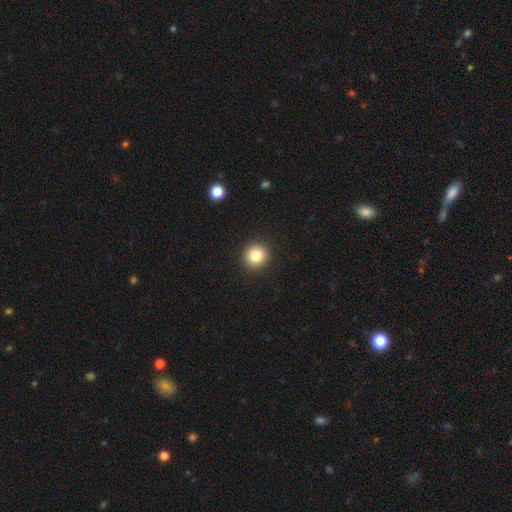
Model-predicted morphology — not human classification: A smooth galaxy with no disk features (83%) that is round (93%).

Vote fractions:
- Smooth or featured? smooth: 83% / star or artifact: 11% / featured or disk: 7%
- How rounded? round: 93% / in between: 6% / cigar-shaped: 1%
- Merging? none: 93% / minor disturbance: 5% / major disturbance: 2% / merger: 1%